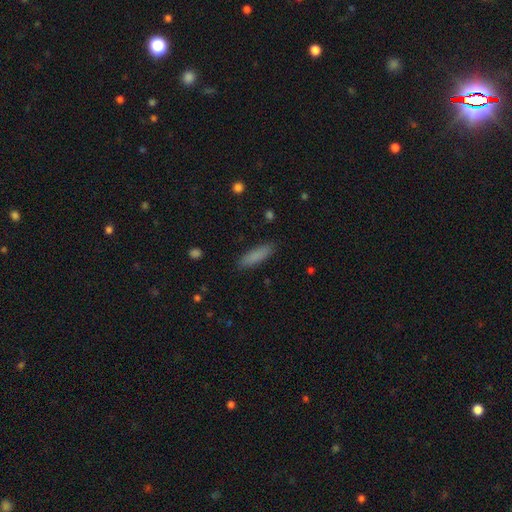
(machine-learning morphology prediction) Smooth or featured? Predicted: smooth (p=0.86). How rounded? Predicted: cigar-shaped (p=0.65). Merging? Predicted: none (p=0.88).